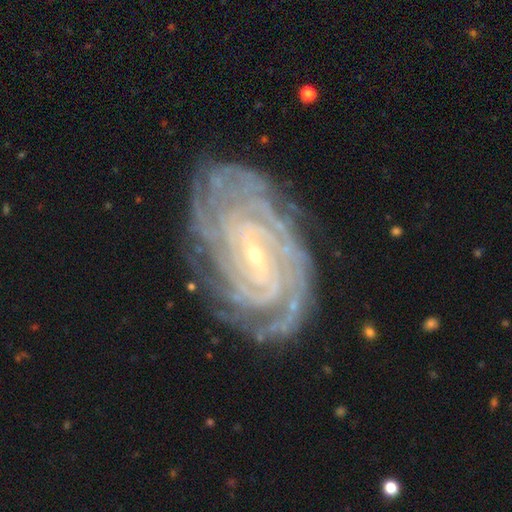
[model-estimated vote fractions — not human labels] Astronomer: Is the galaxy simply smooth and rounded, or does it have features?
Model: featured or disk — 91%.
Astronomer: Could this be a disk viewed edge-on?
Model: no — 97%.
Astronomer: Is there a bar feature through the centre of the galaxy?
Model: weak — 45% (runner-up: strong, 32%).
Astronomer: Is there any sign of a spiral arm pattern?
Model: yes — 98%.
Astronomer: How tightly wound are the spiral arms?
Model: tight — 82%.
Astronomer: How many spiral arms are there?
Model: can't tell — 25% (runner-up: 4, 23%).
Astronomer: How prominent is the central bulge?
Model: small — 79%.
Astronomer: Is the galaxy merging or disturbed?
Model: none — 79%.